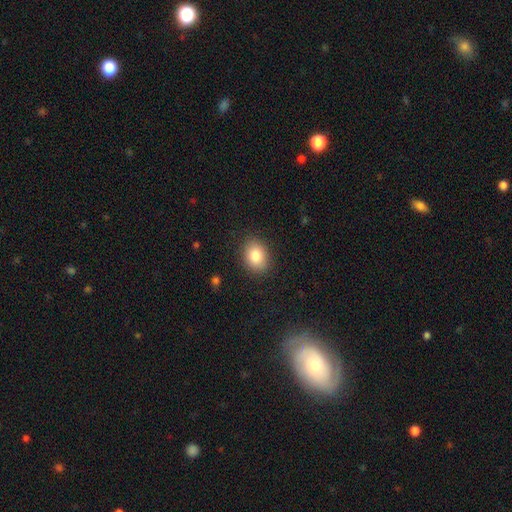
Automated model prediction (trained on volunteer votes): Overall: smooth (83%). How rounded: in between (61%; round 38%). Merging: none (88%).